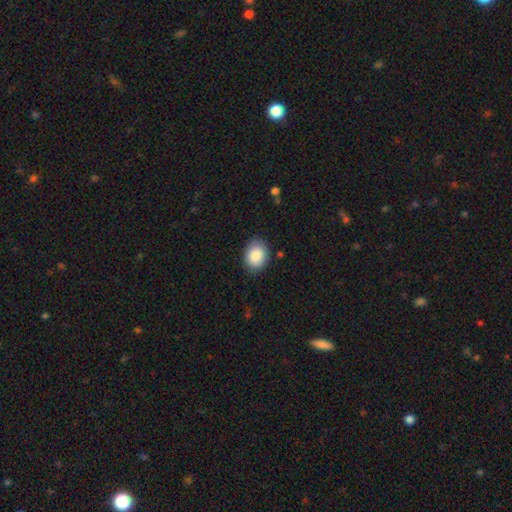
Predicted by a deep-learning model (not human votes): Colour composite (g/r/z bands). It shows a smooth galaxy with no disk features (88%) that is in between round and cigar-shaped (55%). Merging: none (85%).